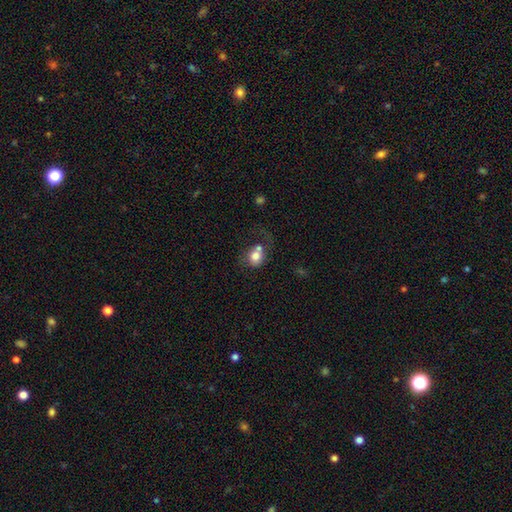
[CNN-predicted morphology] Smooth or featured?
  - smooth: 75% *
  - featured or disk: 16%
  - star or artifact: 9%
How rounded?
  - round: 70% *
  - in between: 29%
  - cigar-shaped: 1%
Merging?
  - merger: 41% *
  - none: 32%
  - major disturbance: 14%
  - minor disturbance: 13%